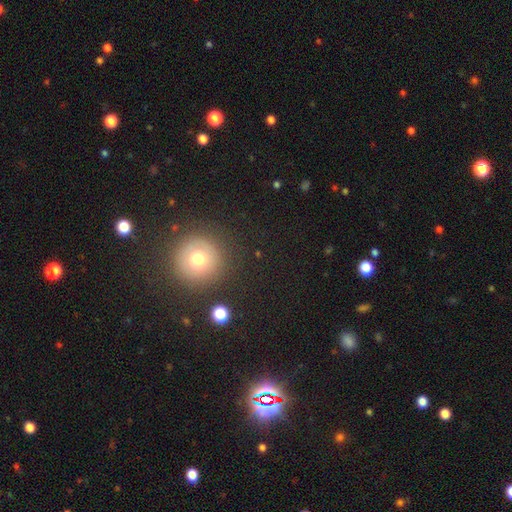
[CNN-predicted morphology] type=smooth (46%); merging=none (89%).